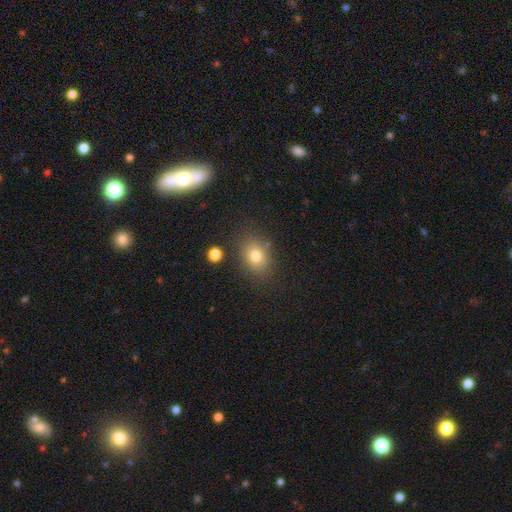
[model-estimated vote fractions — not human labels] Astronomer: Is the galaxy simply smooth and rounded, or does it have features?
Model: smooth — 77%.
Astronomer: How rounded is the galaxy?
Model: in between — 61% (runner-up: round, 37%).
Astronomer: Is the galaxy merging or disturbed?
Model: none — 80%.